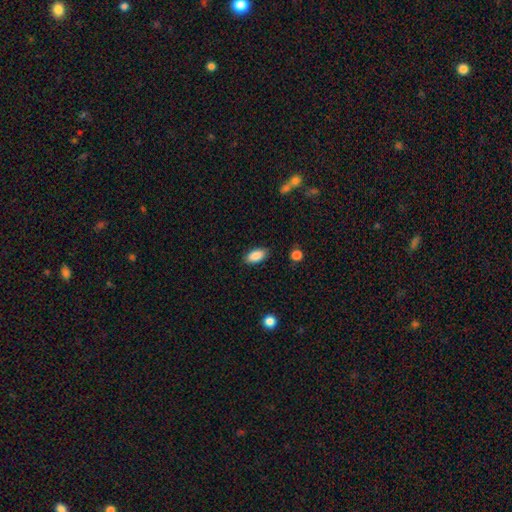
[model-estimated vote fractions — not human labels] Morphology: type=smooth (88%); roundness=in between (90%); merging=none (86%).